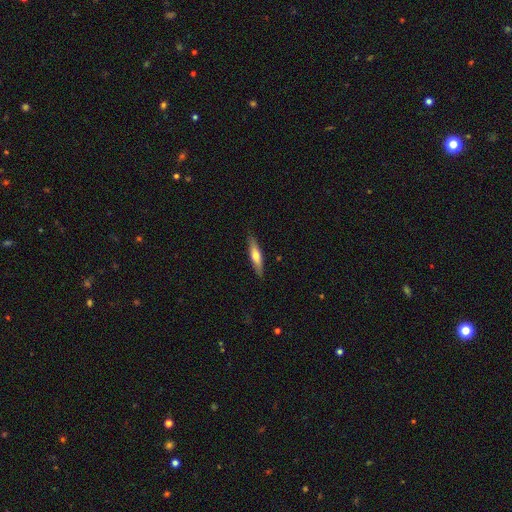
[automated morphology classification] Smooth or featured? Predicted: smooth (p=0.52). How rounded? Predicted: cigar-shaped (p=0.81). Merging? Predicted: none (p=0.88).